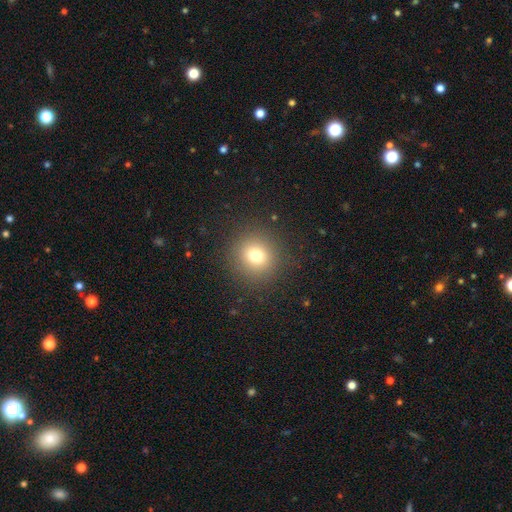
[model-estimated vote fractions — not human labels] smooth_or_featured: smooth (p=0.75) [alt: star or artifact p=0.16]
how_rounded: round (p=0.93) [alt: in between p=0.06]
merging: none (p=0.89) [alt: minor disturbance p=0.07]